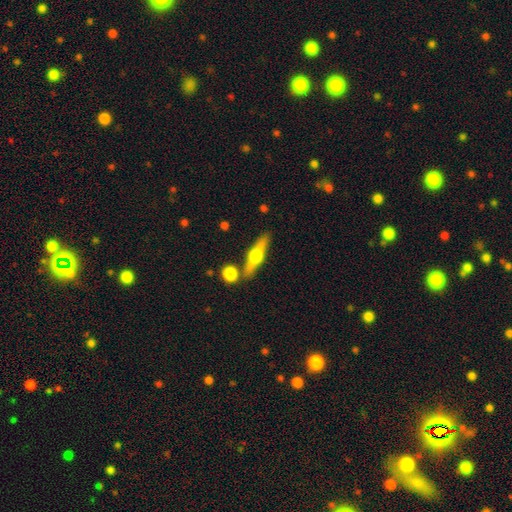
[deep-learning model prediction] Smooth or featured? Predicted: featured or disk (p=0.62). Edge-on disk? Predicted: yes (p=0.95). Edge-on bulge? Predicted: rounded (p=0.95). Merging? Predicted: none (p=0.78).